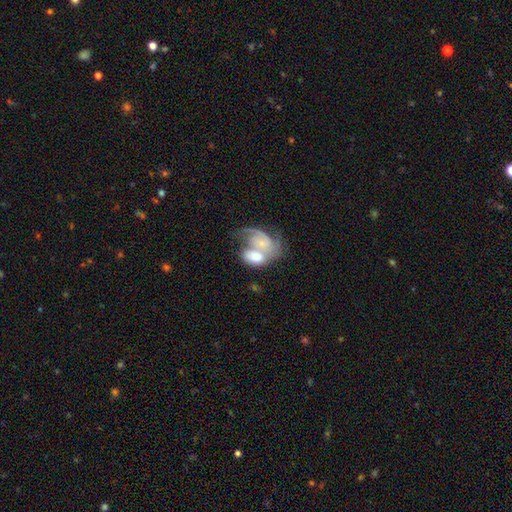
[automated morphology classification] smooth-or-featured: featured or disk: 56% | smooth: 37% | star or artifact: 7%
  disk-edge-on: no: 97% | yes: 3%
    bar: no: 70% | weak: 24% | strong: 6%
    has-spiral-arms: yes: 75% | no: 25%
    bulge-size: small: 41% | moderate: 30% | none: 16% | large: 10% | dominant: 3%
  merging: merger: 68% | none: 13% | major disturbance: 12% | minor disturbance: 7%